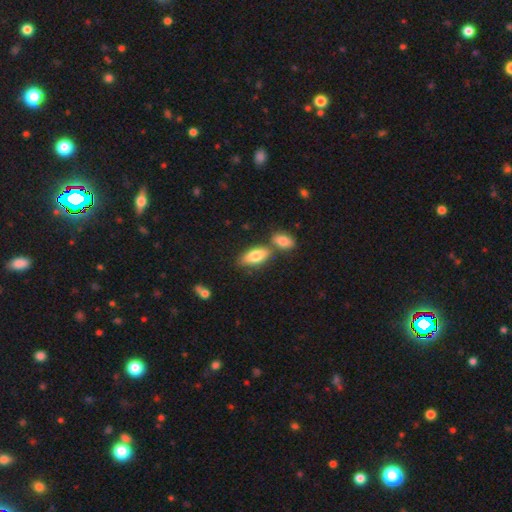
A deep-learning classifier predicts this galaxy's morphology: Smooth or featured? Predicted: smooth (p=0.79). How rounded? Predicted: in between (p=0.83). Merging? Predicted: none (p=0.59).